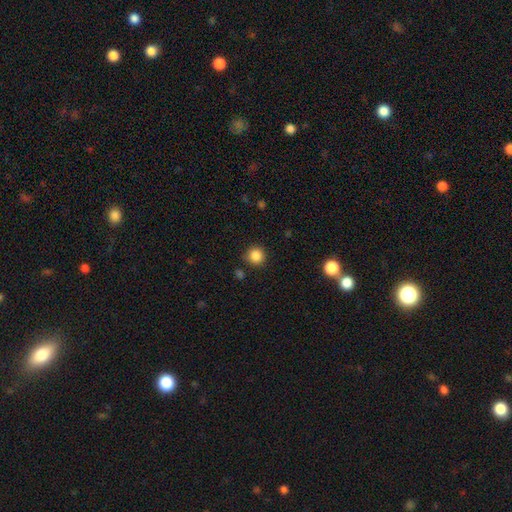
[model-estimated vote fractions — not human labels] Overall: smooth (86%). How rounded: round (94%). Merging: none (87%).